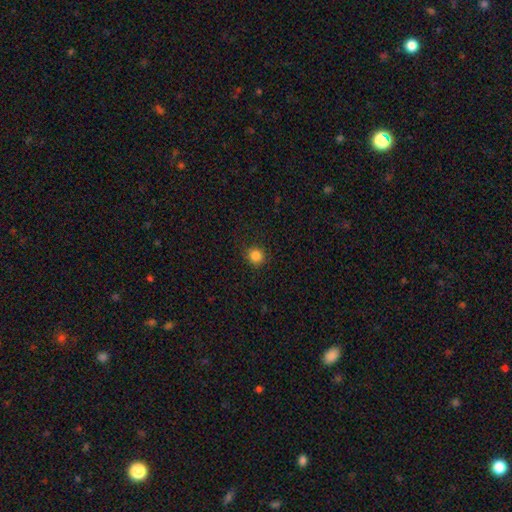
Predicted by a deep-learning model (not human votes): A smooth galaxy with no disk features (85%) that is round (92%).

Vote fractions:
- Smooth or featured? smooth: 85% / star or artifact: 11% / featured or disk: 4%
- How rounded? round: 92% / in between: 7% / cigar-shaped: 1%
- Merging? none: 89% / minor disturbance: 8% / major disturbance: 2% / merger: 1%